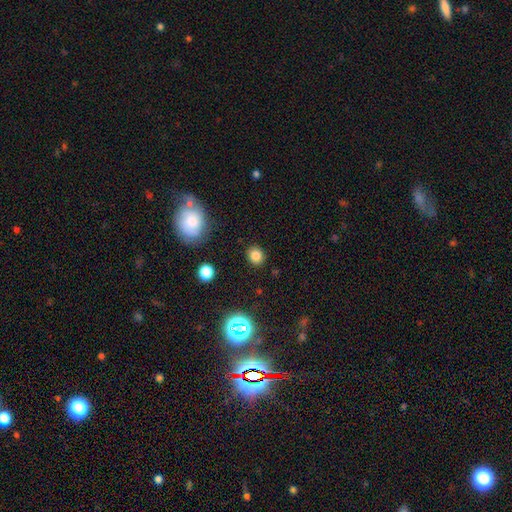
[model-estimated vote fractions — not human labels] Smooth or featured: smooth — 80% (star or artifact — 15%)
How rounded: round — 71% (in between — 28%)
Merging: none — 88% (minor disturbance — 8%)